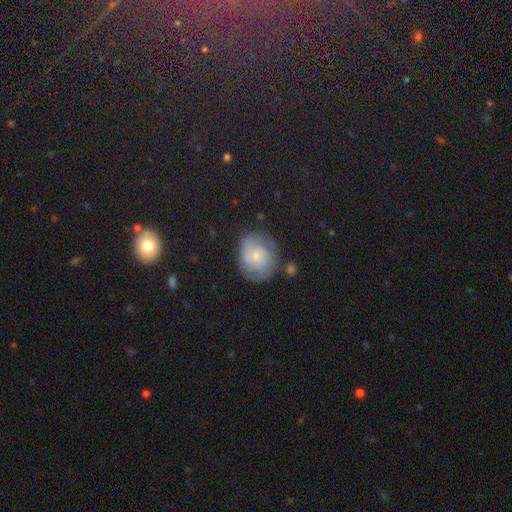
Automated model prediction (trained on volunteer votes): This is possibly a featured or disk galaxy (47%). Merging: likely none (66%).